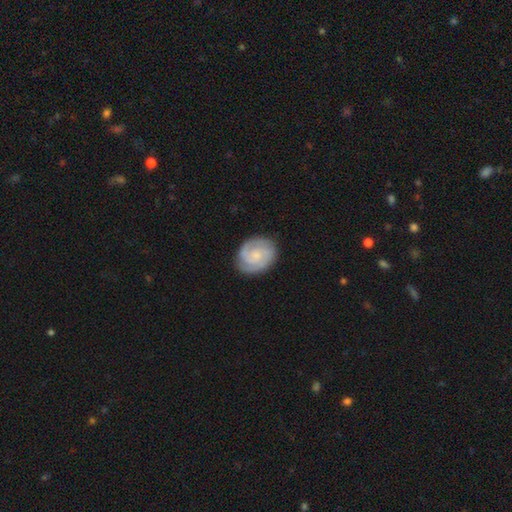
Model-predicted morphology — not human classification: Overall: featured or disk (71%). Edge-on disk: no (98%). Bar: no (66%; weak 30%). Spiral arms: yes (95%). Spiral arm count: 2 (56%; 3 17%). Spiral winding: tight (59%; medium 34%). Bulge size: small (53%; moderate 24%). Merging: none (82%).